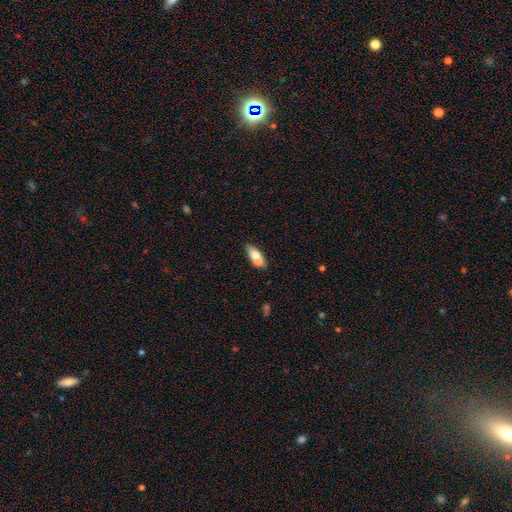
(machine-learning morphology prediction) The model was most divided on "merging": none: 46%, merger: 37%, minor disturbance: 13%, major disturbance: 4%. More confident: how rounded — in between (71%); smooth or featured — smooth (68%).